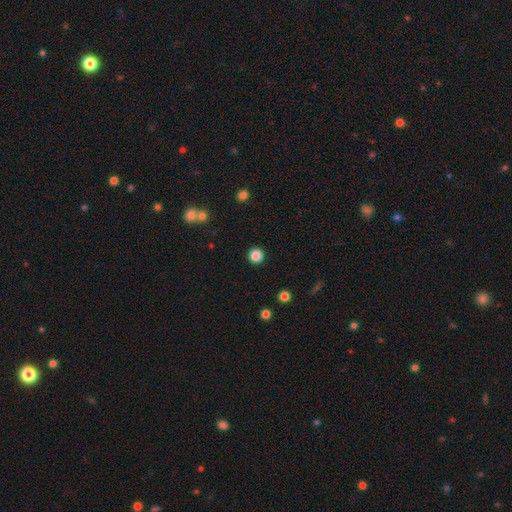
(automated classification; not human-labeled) smooth 85%, star or artifact 11%, featured or disk 3%. Down the decision tree: how rounded — round (95%); merging — none (93%).